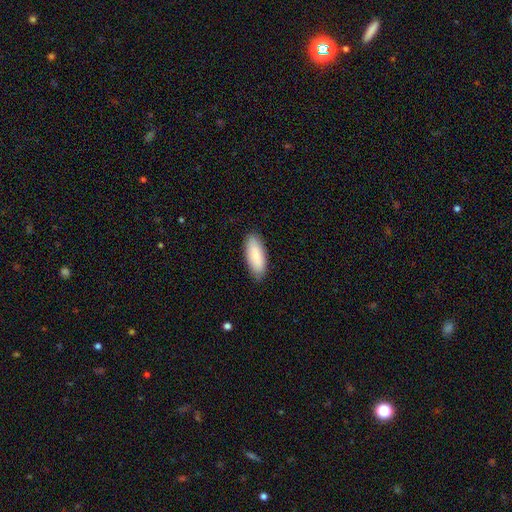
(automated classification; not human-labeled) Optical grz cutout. It shows a smooth galaxy with no disk features (82%) that is in between round and cigar-shaped (78%). Merging: none (85%).